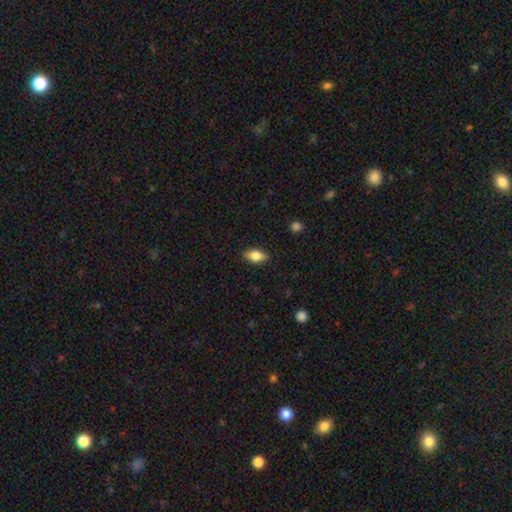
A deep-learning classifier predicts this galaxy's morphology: Smooth or featured?
  - smooth: 77% *
  - featured or disk: 15%
  - star or artifact: 8%
How rounded?
  - in between: 87% *
  - cigar-shaped: 8%
  - round: 6%
Merging?
  - none: 88% *
  - minor disturbance: 9%
  - major disturbance: 2%
  - merger: 1%